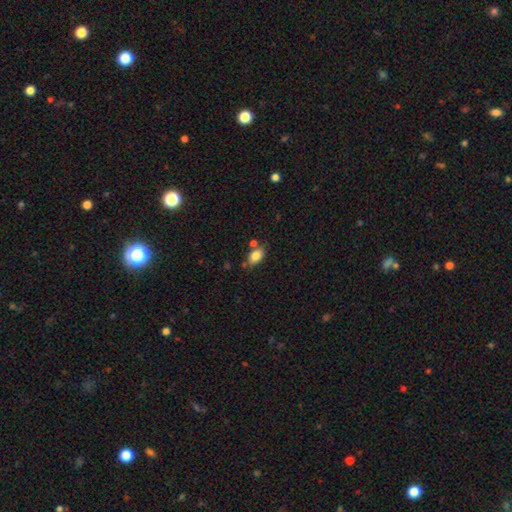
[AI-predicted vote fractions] This is clearly a smooth galaxy (83%). How rounded: clearly in between (85%). Merging: likely none (66%).